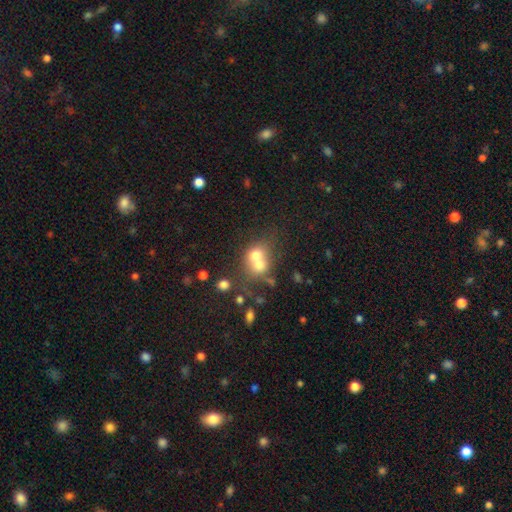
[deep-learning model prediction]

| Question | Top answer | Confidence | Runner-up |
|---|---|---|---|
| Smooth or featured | smooth | 64% | featured or disk (23%) |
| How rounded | round | 65% | in between (34%) |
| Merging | merger | 65% | none (24%) |